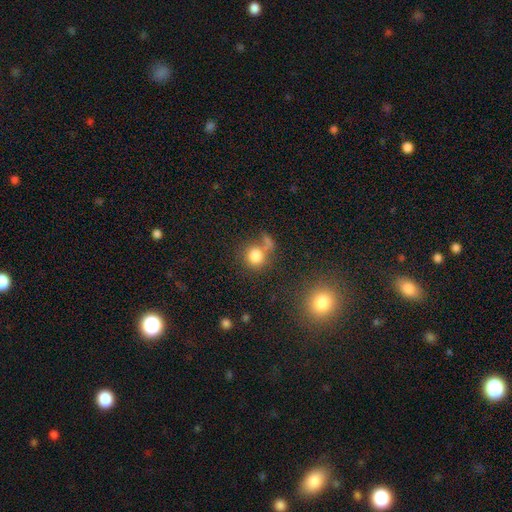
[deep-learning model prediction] This appears to be a smooth galaxy with no disk features (80%) that is round (86%). Merging: none (51%).